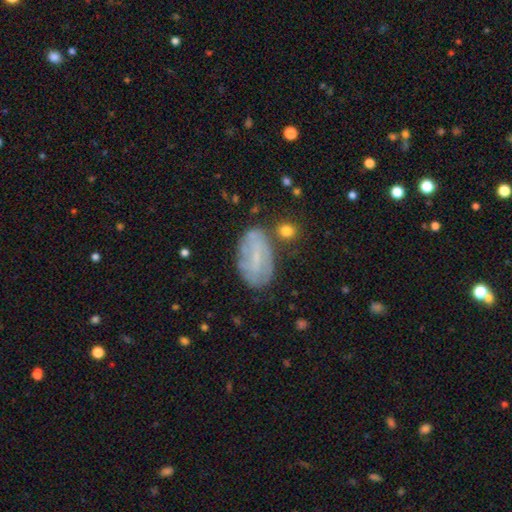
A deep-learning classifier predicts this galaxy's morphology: Smooth or featured? Predicted: featured or disk (p=0.57). Edge-on disk? Predicted: no (p=0.94). Bar? Predicted: weak (p=0.47). Spiral arms? Predicted: yes (p=0.71). Bulge size? Predicted: small (p=0.62). Merging? Predicted: none (p=0.65).